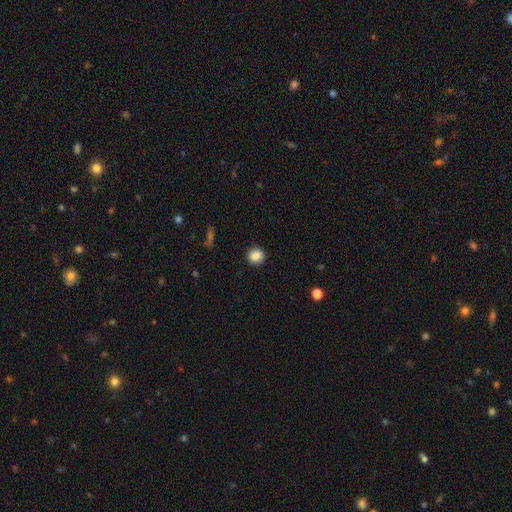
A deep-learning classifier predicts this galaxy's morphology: smooth-or-featured: smooth: 87% | star or artifact: 9% | featured or disk: 4%
  how-rounded: round: 82% | in between: 17% | cigar-shaped: 1%
  merging: none: 90% | minor disturbance: 7% | major disturbance: 2% | merger: 1%